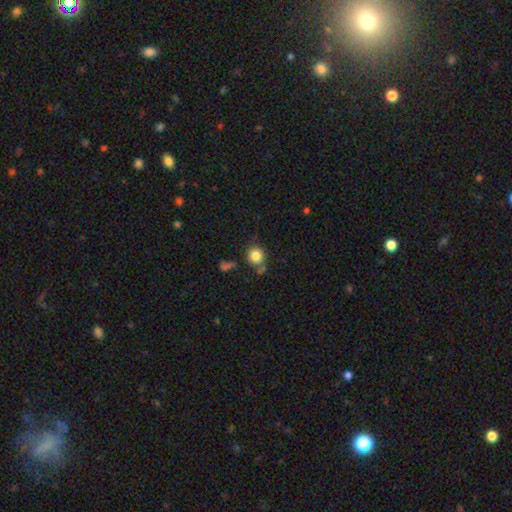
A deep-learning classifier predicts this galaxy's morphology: smooth_or_featured: smooth (p=0.83) [alt: star or artifact p=0.10]
how_rounded: round (p=0.88) [alt: in between p=0.11]
merging: none (p=0.72) [alt: minor disturbance p=0.14]